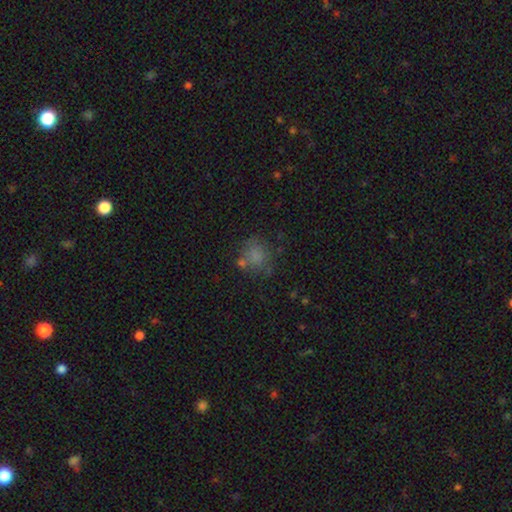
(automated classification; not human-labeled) A smooth galaxy with no disk features (74%) that is round (75%).

Vote fractions:
- Smooth or featured? smooth: 74% / star or artifact: 15% / featured or disk: 11%
- How rounded? round: 75% / in between: 23% / cigar-shaped: 1%
- Merging? none: 61% / minor disturbance: 17% / merger: 13% / major disturbance: 9%